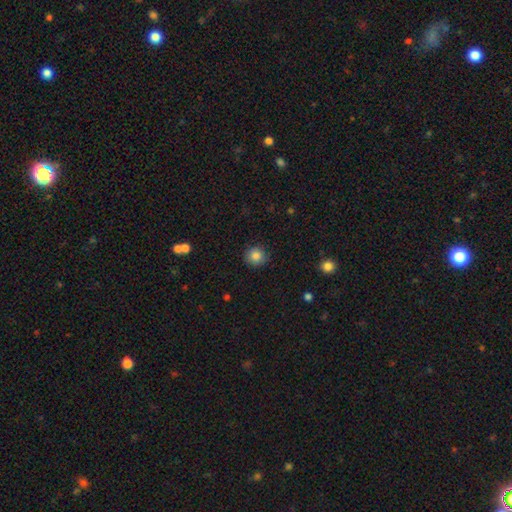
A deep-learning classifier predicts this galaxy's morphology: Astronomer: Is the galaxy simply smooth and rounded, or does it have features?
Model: smooth — 85%.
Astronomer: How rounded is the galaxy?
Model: round — 91%.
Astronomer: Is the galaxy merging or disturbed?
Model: none — 90%.